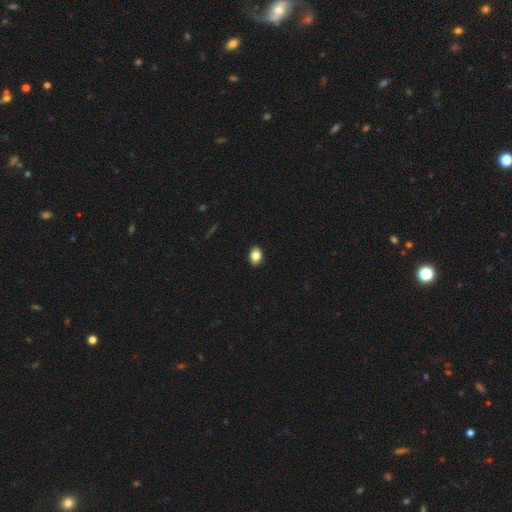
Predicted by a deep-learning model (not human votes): smooth_or_featured: smooth (p=0.83) [alt: star or artifact p=0.08]
how_rounded: in between (p=0.78) [alt: round p=0.20]
merging: none (p=0.90) [alt: minor disturbance p=0.07]